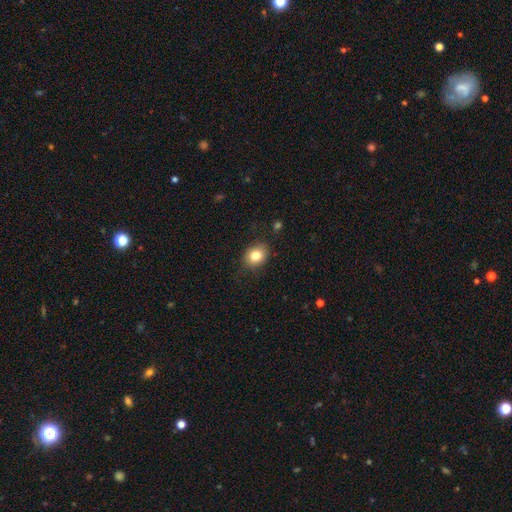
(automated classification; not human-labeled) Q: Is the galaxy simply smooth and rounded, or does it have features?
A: smooth — 81%.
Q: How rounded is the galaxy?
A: round — 51%.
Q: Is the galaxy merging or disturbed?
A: none — 85%.